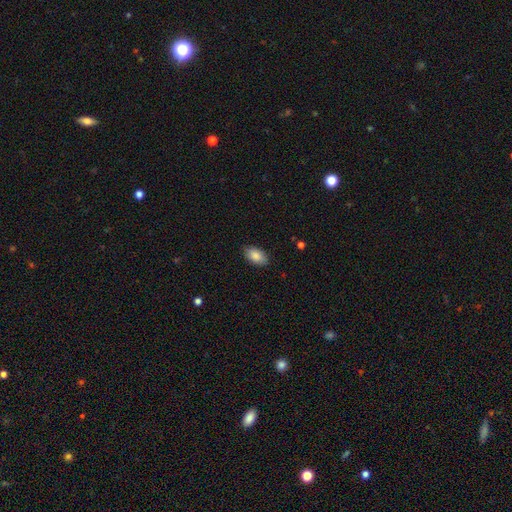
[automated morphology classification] A smooth galaxy with no disk features (87%) that is in between round and cigar-shaped (94%).

Vote fractions:
- Smooth or featured? smooth: 87% / star or artifact: 7% / featured or disk: 6%
- How rounded? in between: 94% / round: 4% / cigar-shaped: 2%
- Merging? none: 86% / minor disturbance: 11% / major disturbance: 2% / merger: 1%